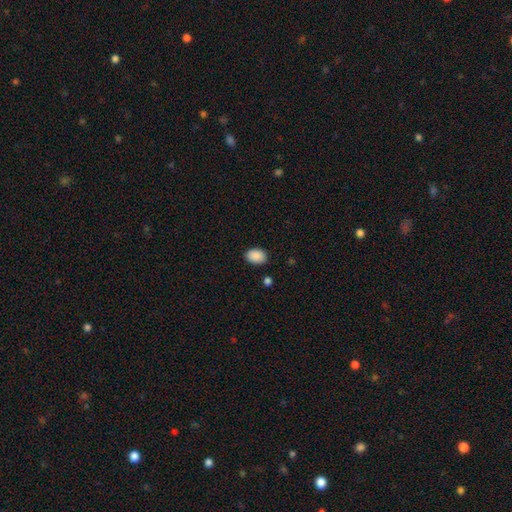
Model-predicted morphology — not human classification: A smooth galaxy with no disk features (90%) that is in between round and cigar-shaped (82%).

Vote fractions:
- Smooth or featured? smooth: 90% / star or artifact: 7% / featured or disk: 3%
- How rounded? in between: 82% / round: 17% / cigar-shaped: 1%
- Merging? none: 85% / minor disturbance: 10% / major disturbance: 2% / merger: 2%